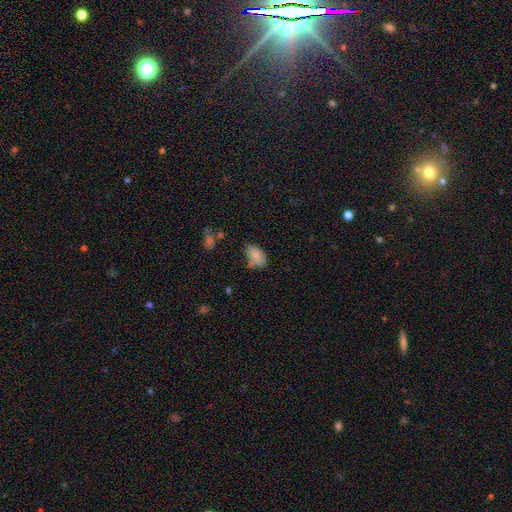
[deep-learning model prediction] Smooth or featured? smooth (82%)
How rounded? in between (89%)
Merging? none (48%)